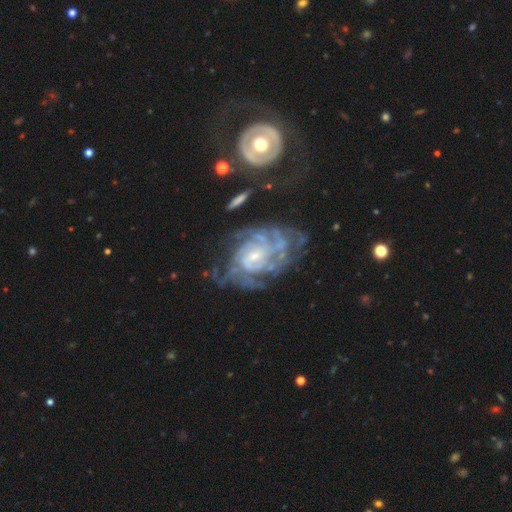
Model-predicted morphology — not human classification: A featured or disk galaxy (87%) with a weak bar (45%), tight (62%) spiral arms (93%) and a small central bulge (61%). Merging: none (45%).